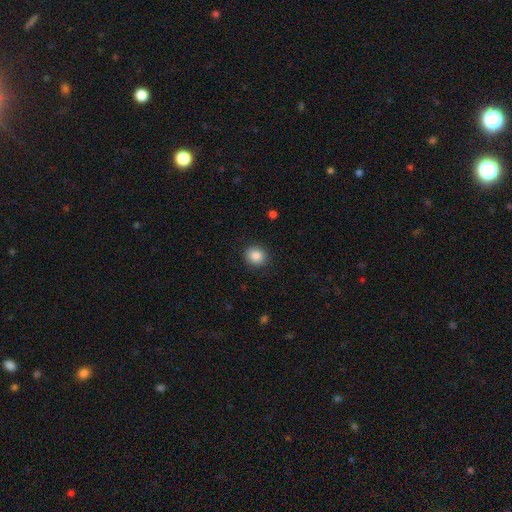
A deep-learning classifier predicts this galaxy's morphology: type=smooth (87%); roundness=round (80%); merging=none (89%).